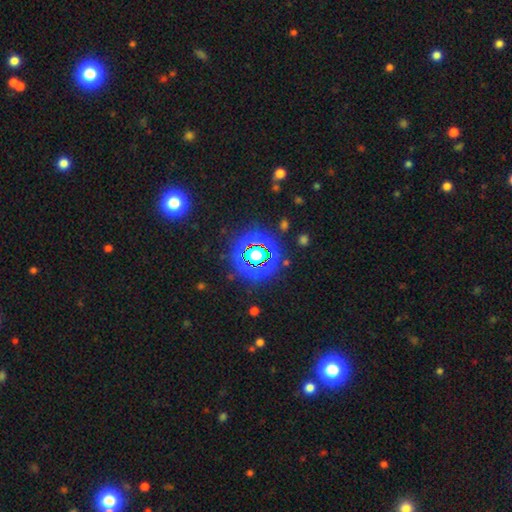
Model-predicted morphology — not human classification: type=star or artifact (81%).